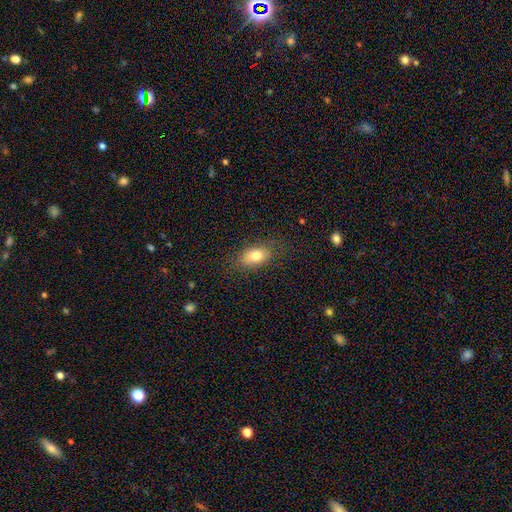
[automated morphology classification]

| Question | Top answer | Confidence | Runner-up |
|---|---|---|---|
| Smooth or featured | smooth | 78% | featured or disk (13%) |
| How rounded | in between | 87% | round (9%) |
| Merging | none | 81% | minor disturbance (14%) |